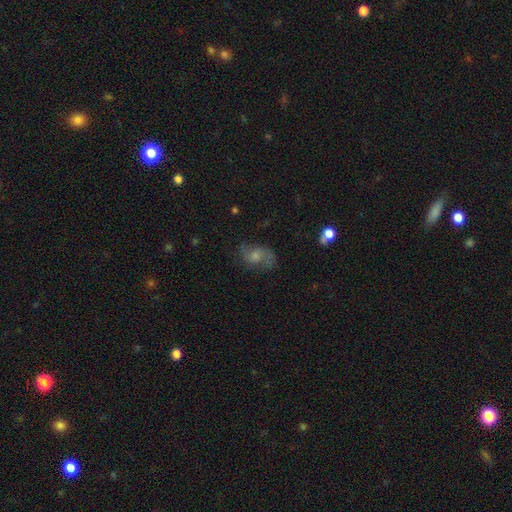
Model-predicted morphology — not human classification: featured or disk 58%, smooth 26%, star or artifact 16%. Down the decision tree: edge-on disk — no (95%); bar — no (66%); spiral arms — yes (86%); bulge size — moderate (49%); merging — none (69%).